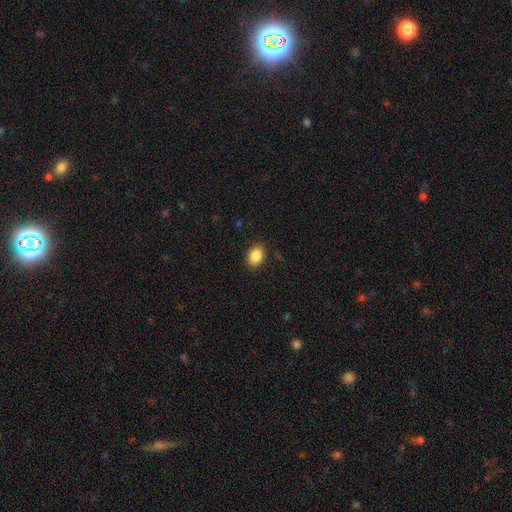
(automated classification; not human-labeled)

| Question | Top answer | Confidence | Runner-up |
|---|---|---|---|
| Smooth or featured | smooth | 87% | star or artifact (8%) |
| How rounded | in between | 70% | round (29%) |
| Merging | none | 88% | minor disturbance (9%) |